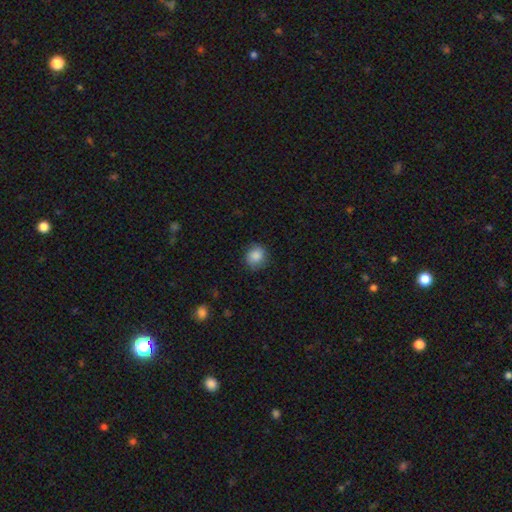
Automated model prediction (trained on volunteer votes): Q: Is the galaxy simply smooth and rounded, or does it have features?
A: smooth — 85%.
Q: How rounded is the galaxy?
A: round — 86%.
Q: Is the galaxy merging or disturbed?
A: none — 83%.